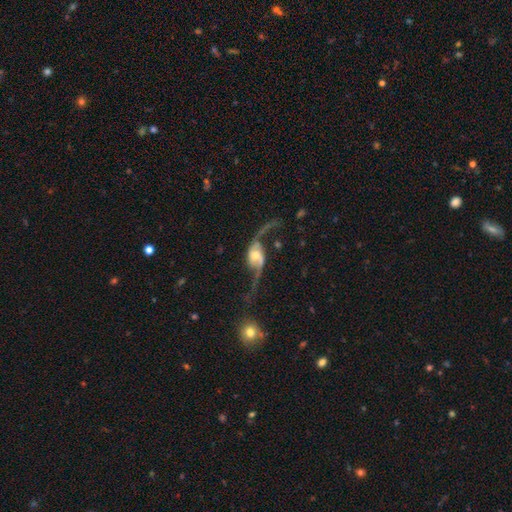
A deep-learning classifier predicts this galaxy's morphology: Overall: featured or disk (87%). Edge-on disk: no (95%). Bar: no (52%; weak 34%). Spiral arms: yes (95%). Spiral arm count: 2 (93%). Spiral winding: loose (90%). Bulge size: moderate (51%; small 34%). Merging: none (53%; major disturbance 24%).